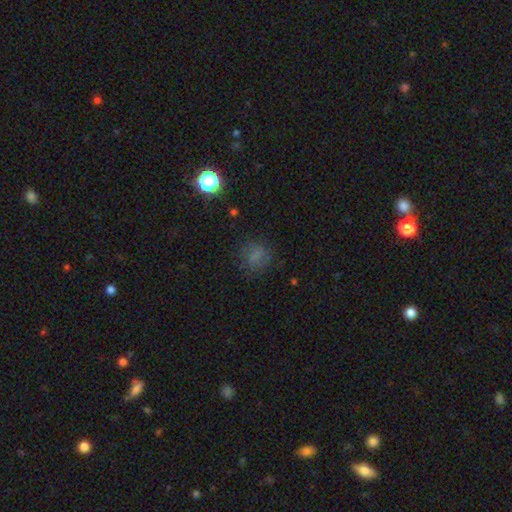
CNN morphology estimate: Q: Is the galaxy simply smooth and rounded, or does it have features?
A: smooth — 67%.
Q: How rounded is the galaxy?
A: round — 72%.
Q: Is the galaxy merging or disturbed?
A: none — 74%.